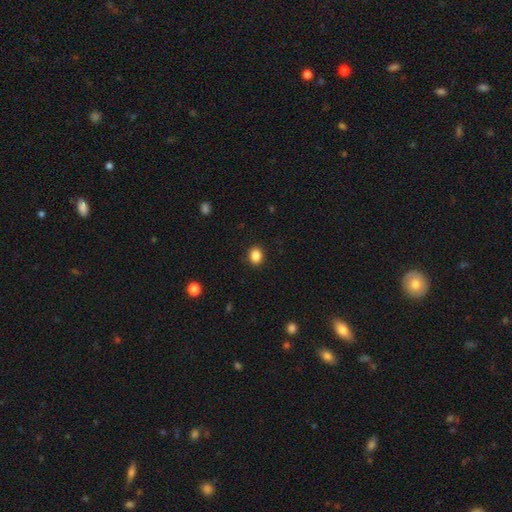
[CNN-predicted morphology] Smooth or featured?
  - smooth: 86% *
  - star or artifact: 10%
  - featured or disk: 4%
How rounded?
  - round: 69% *
  - in between: 30%
  - cigar-shaped: 1%
Merging?
  - none: 91% *
  - minor disturbance: 6%
  - major disturbance: 2%
  - merger: 1%